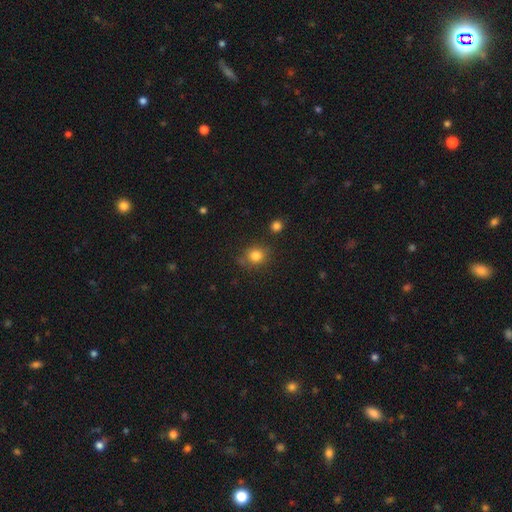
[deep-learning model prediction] smooth-or-featured: smooth: 82% | star or artifact: 12% | featured or disk: 6%
  how-rounded: round: 79% | in between: 20% | cigar-shaped: 1%
  merging: none: 77% | minor disturbance: 15% | merger: 4% | major disturbance: 4%